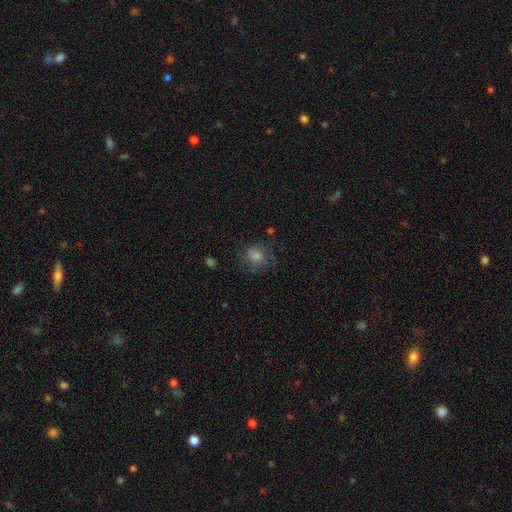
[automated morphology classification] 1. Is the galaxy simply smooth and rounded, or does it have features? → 43% smooth, 41% featured or disk, 17% star or artifact.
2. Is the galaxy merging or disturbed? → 68% none, 18% minor disturbance, 12% major disturbance, 2% merger.